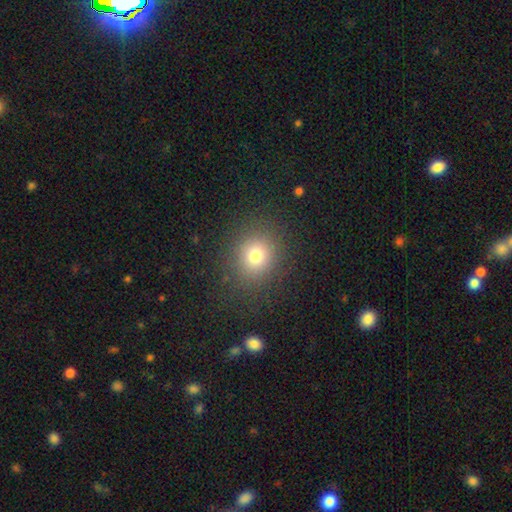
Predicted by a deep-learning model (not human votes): The model was most divided on "how rounded": round: 78%, in between: 21%, cigar-shaped: 1%. More confident: merging — none (86%); smooth or featured — smooth (75%).